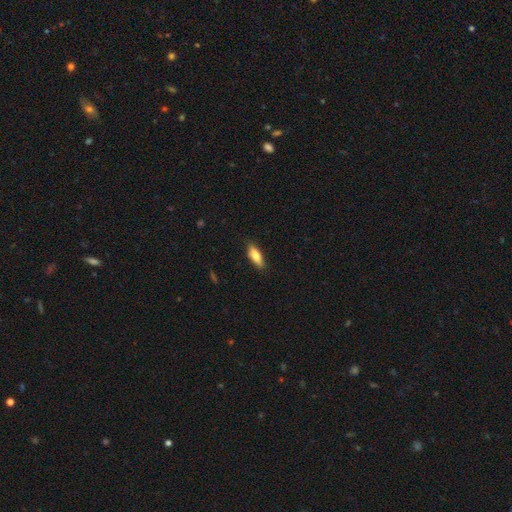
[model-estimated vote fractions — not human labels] smooth-or-featured: smooth: 79% | featured or disk: 14% | star or artifact: 6%
  how-rounded: in between: 60% | cigar-shaped: 38% | round: 2%
  merging: none: 84% | minor disturbance: 13% | major disturbance: 2% | merger: 1%